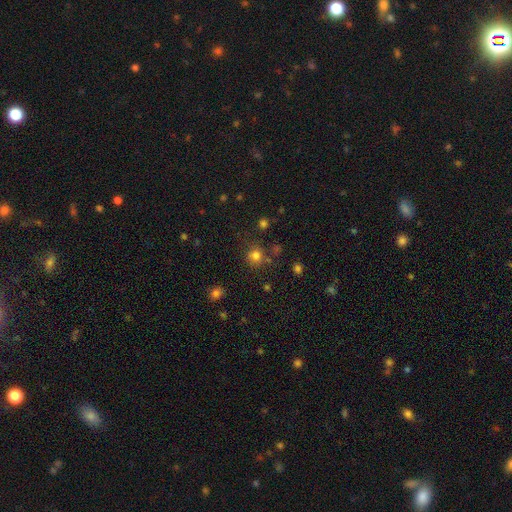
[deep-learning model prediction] Morphology: type=smooth (78%); roundness=round (89%); merging=none (78%).